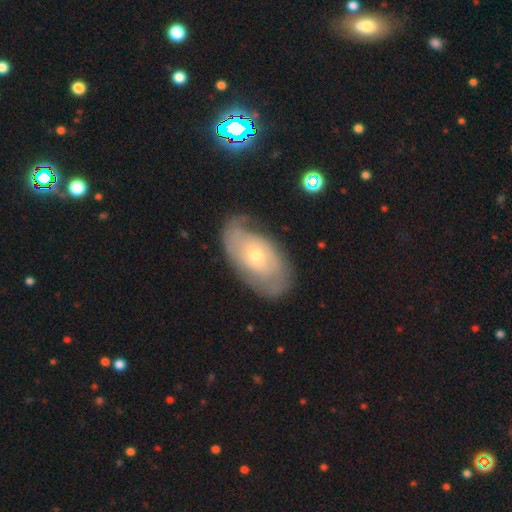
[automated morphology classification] A featured or disk galaxy (71%) with no bar (66%), 2 (43%) tight (59%) spiral arms (83%) and a small central bulge (61%). Merging: none (68%).